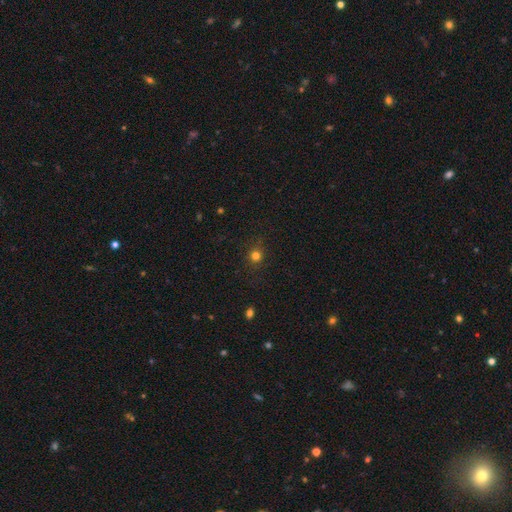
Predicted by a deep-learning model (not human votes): Q: Smooth or featured?
A: smooth (75%); runner-up: star or artifact (19%)
Q: How rounded?
A: round (90%); runner-up: in between (9%)
Q: Merging?
A: none (86%); runner-up: minor disturbance (10%)